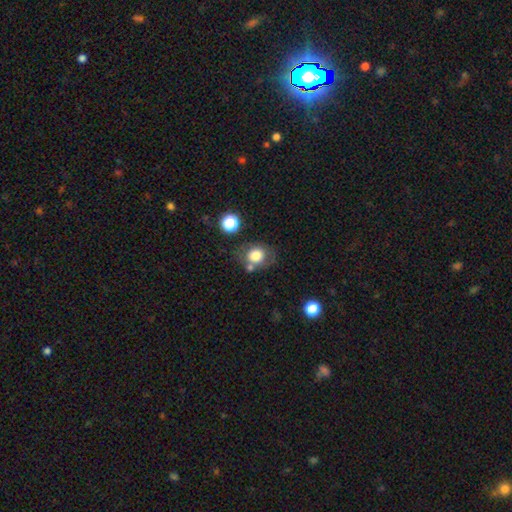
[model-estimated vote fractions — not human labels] This is likely a smooth galaxy (77%). How rounded: likely round (64%). Merging: likely none (62%).